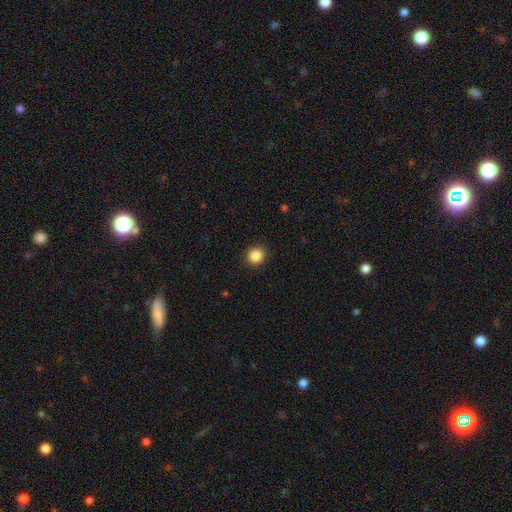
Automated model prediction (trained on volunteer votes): A smooth galaxy with no disk features (87%) that is round (84%).

Vote fractions:
- Smooth or featured? smooth: 87% / star or artifact: 10% / featured or disk: 3%
- How rounded? round: 84% / in between: 15% / cigar-shaped: 1%
- Merging? none: 91% / minor disturbance: 6% / major disturbance: 2% / merger: 1%